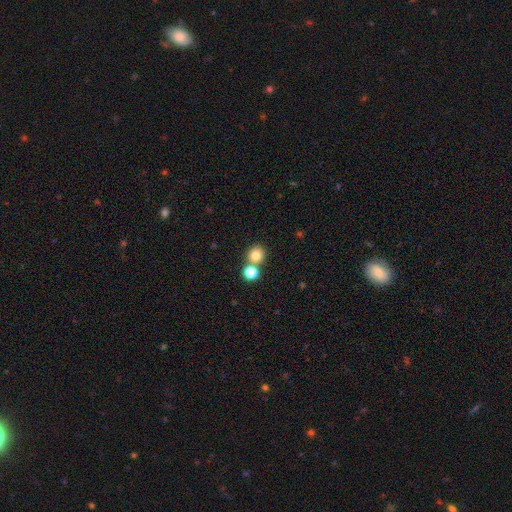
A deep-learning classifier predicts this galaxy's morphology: Overall: smooth (79%). How rounded: round (88%). Merging: none (64%; merger 27%).